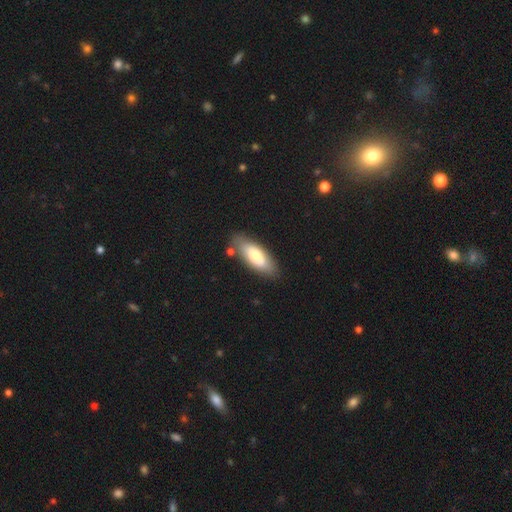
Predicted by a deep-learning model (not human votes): A smooth galaxy with no disk features (70%) that is in between round and cigar-shaped (73%). Merging: none (80%).